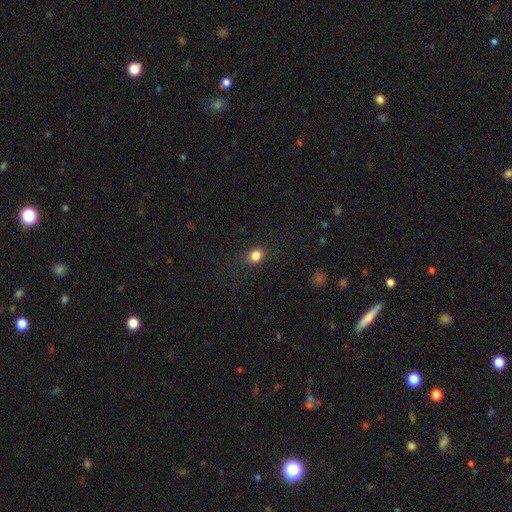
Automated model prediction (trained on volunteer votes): The model was most divided on "how rounded": round: 55%, in between: 43%, cigar-shaped: 1%. More confident: smooth or featured — smooth (83%); merging — none (80%).